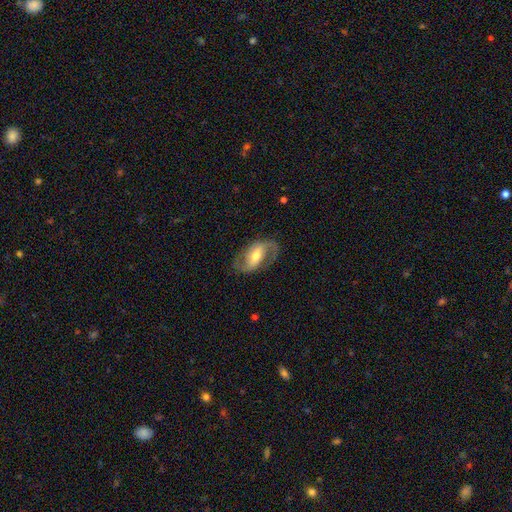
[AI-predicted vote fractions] This appears to be a featured or disk galaxy (82%) with a weak bar (42%), 2 (89%) medium (48%) spiral arms (93%) and a moderate central bulge (63%). Merging: none (77%).